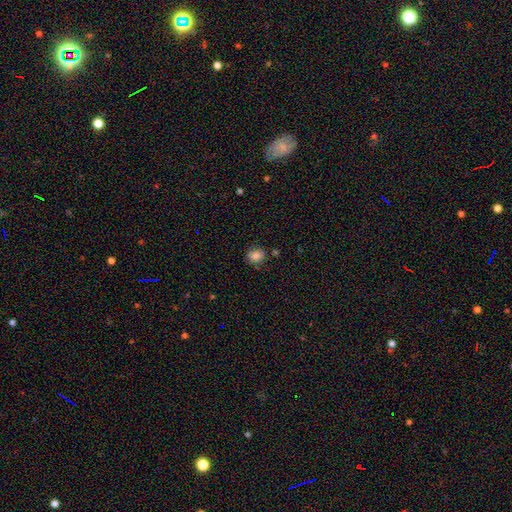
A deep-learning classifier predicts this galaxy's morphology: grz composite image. It shows a smooth galaxy with no disk features (82%) that is round (67%). Merging: none (77%).